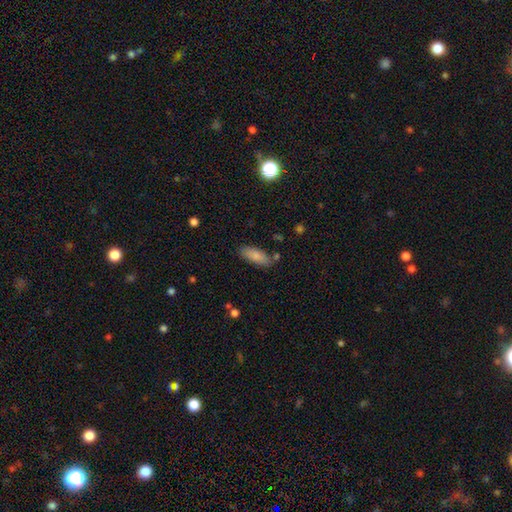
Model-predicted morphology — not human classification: Q: Smooth or featured?
A: smooth (84%); runner-up: featured or disk (9%)
Q: How rounded?
A: in between (76%); runner-up: cigar-shaped (22%)
Q: Merging?
A: none (79%); runner-up: minor disturbance (13%)